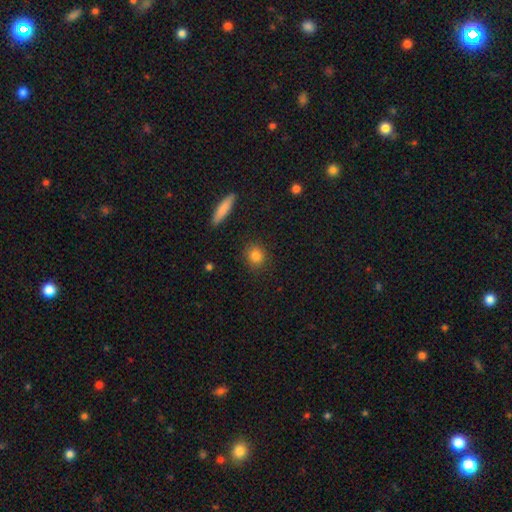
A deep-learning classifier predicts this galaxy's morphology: Overall: smooth (85%). How rounded: round (75%). Merging: none (88%).